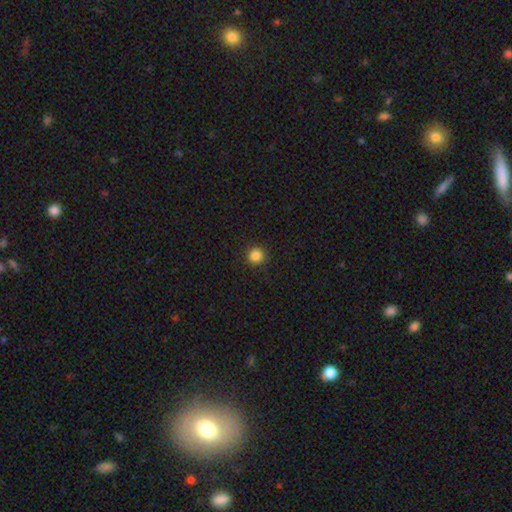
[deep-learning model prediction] The model was most divided on "smooth or featured": smooth: 85%, star or artifact: 12%, featured or disk: 3%. More confident: how rounded — round (94%); merging — none (92%).